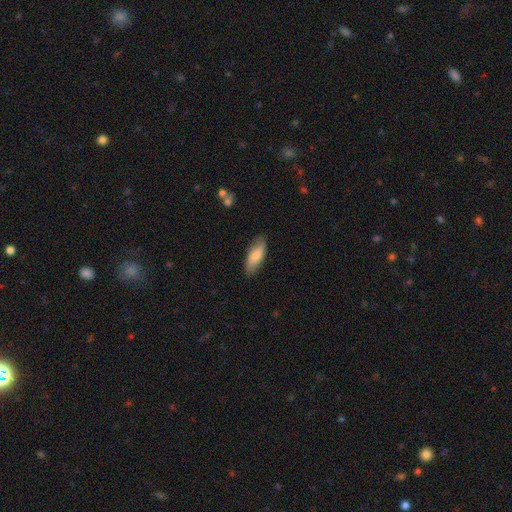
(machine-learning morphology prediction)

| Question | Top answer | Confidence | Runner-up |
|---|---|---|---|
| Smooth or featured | smooth | 76% | featured or disk (18%) |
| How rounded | in between | 73% | cigar-shaped (25%) |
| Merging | none | 81% | minor disturbance (15%) |